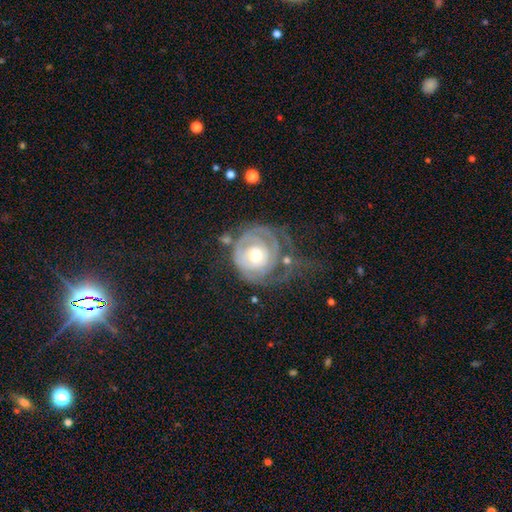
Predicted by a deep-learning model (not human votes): smooth_or_featured: featured or disk (p=0.75) [alt: smooth p=0.19]
disk_edge_on: no (p=0.97) [alt: yes p=0.03]
bar: no (p=0.78) [alt: weak p=0.18]
has_spiral_arms: yes (p=0.83) [alt: no p=0.17]
spiral_winding: tight (p=0.74) [alt: medium p=0.18]
spiral_arm_count: can't tell (p=0.40) [alt: 2 p=0.24]
bulge_size: moderate (p=0.65) [alt: small p=0.24]
merging: none (p=0.40) [alt: major disturbance p=0.31]